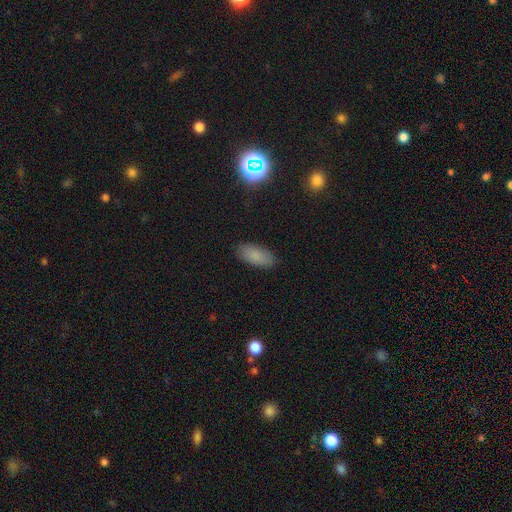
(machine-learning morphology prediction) The model was most divided on "smooth or featured": smooth: 83%, star or artifact: 10%, featured or disk: 6%. More confident: how rounded — in between (88%); merging — none (87%).